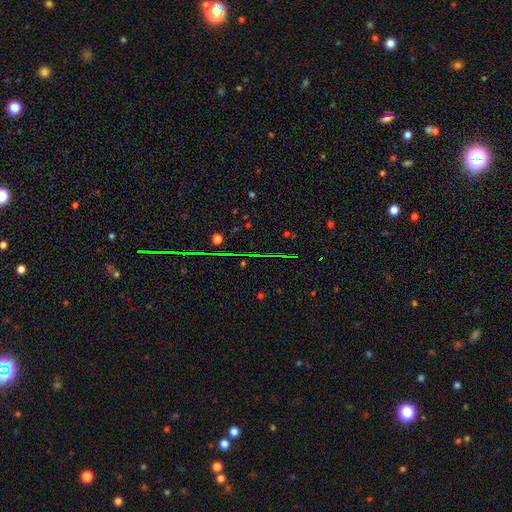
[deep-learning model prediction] Smooth or featured?
  - star or artifact: 77% *
  - smooth: 13%
  - featured or disk: 10%